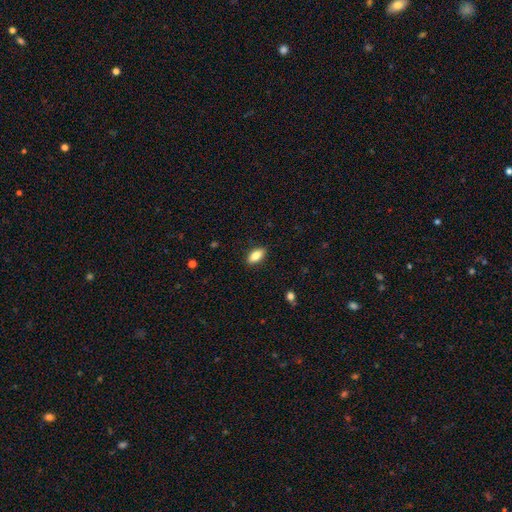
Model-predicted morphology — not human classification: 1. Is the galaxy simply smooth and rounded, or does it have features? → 84% smooth, 9% featured or disk, 7% star or artifact.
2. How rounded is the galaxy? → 88% in between, 9% cigar-shaped, 3% round.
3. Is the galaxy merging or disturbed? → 88% none, 9% minor disturbance, 2% major disturbance, 1% merger.